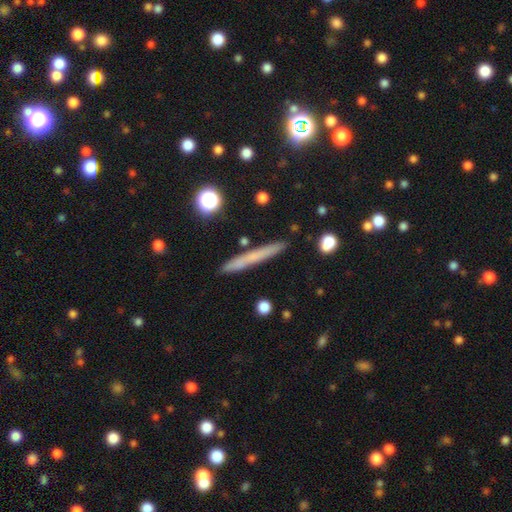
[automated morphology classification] Q: Smooth or featured?
A: smooth (62%); runner-up: featured or disk (30%)
Q: How rounded?
A: cigar-shaped (96%); runner-up: in between (3%)
Q: Merging?
A: none (87%); runner-up: minor disturbance (9%)